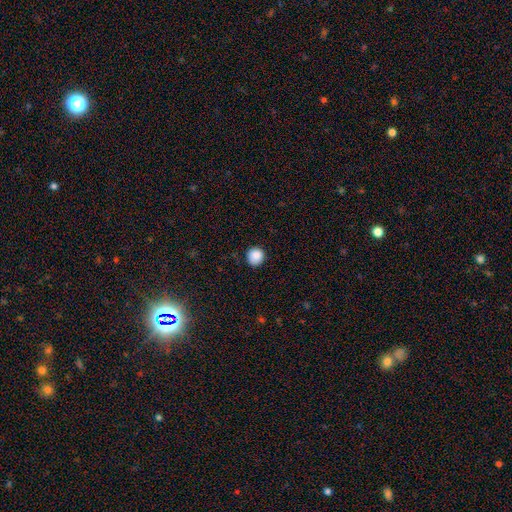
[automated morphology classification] Overall: smooth (88%). How rounded: round (92%). Merging: none (87%).